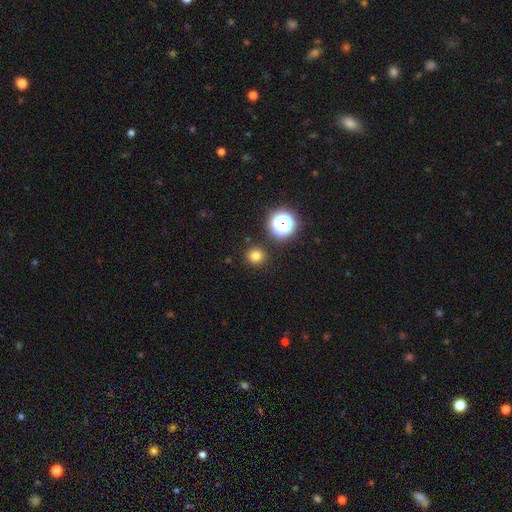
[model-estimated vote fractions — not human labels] smooth_or_featured: smooth (p=0.77) [alt: star or artifact p=0.18]
how_rounded: round (p=0.91) [alt: in between p=0.08]
merging: none (p=0.90) [alt: minor disturbance p=0.06]